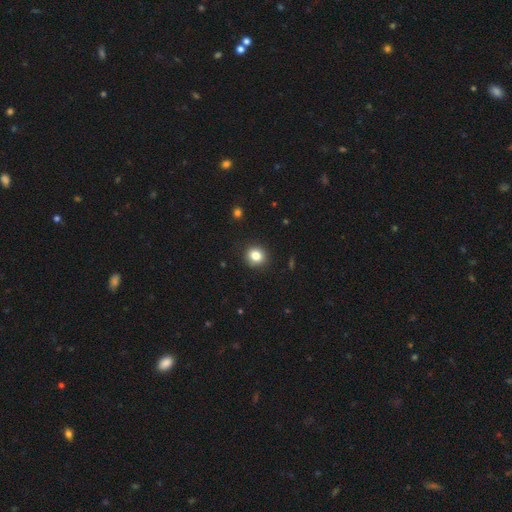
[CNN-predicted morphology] This is clearly a smooth galaxy (83%). How rounded: clearly round (87%). Merging: clearly none (91%).